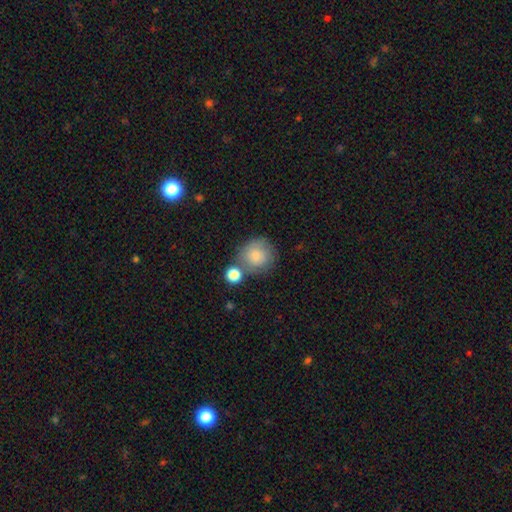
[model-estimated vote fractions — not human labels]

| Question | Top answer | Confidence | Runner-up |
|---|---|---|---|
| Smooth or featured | smooth | 80% | featured or disk (12%) |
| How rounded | round | 89% | in between (10%) |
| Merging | none | 58% | merger (20%) |